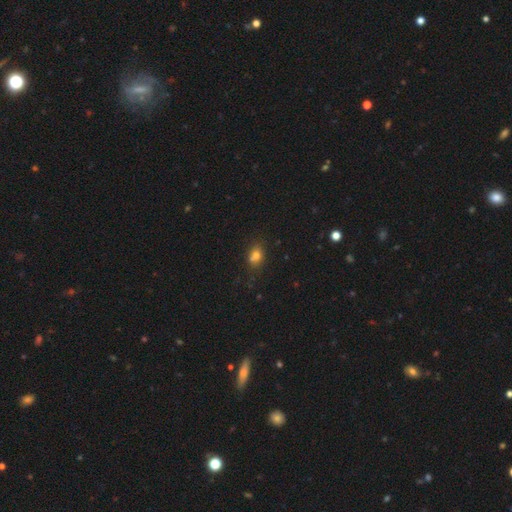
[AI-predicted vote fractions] smooth_or_featured: smooth (p=0.72) [alt: star or artifact p=0.16]
how_rounded: in between (p=0.52) [alt: round p=0.46]
merging: none (p=0.53) [alt: merger p=0.27]